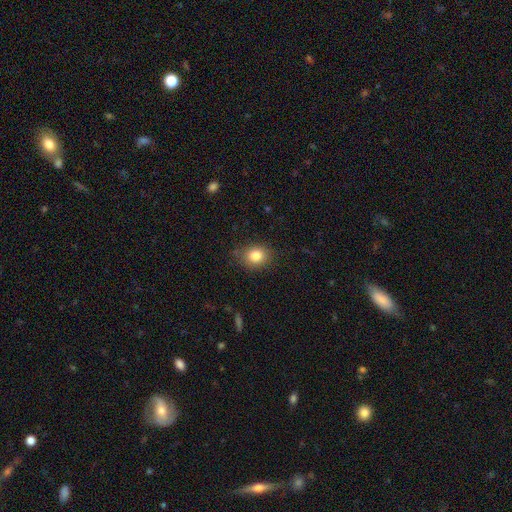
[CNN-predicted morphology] This is clearly a smooth galaxy (83%). How rounded: possibly round (56%). Merging: clearly none (81%).